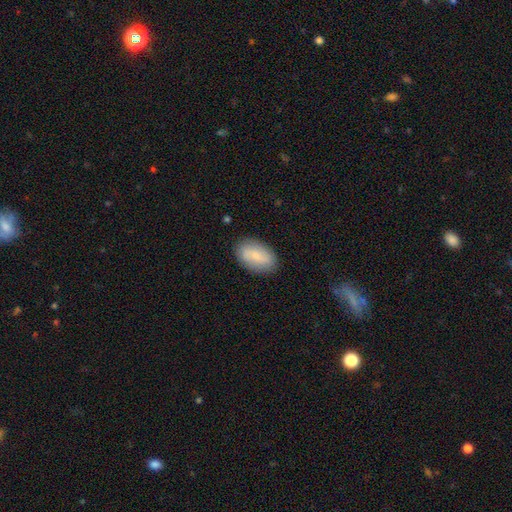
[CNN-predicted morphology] Q: Smooth or featured?
A: smooth (66%); runner-up: featured or disk (28%)
Q: How rounded?
A: in between (91%); runner-up: round (7%)
Q: Merging?
A: none (85%); runner-up: minor disturbance (11%)